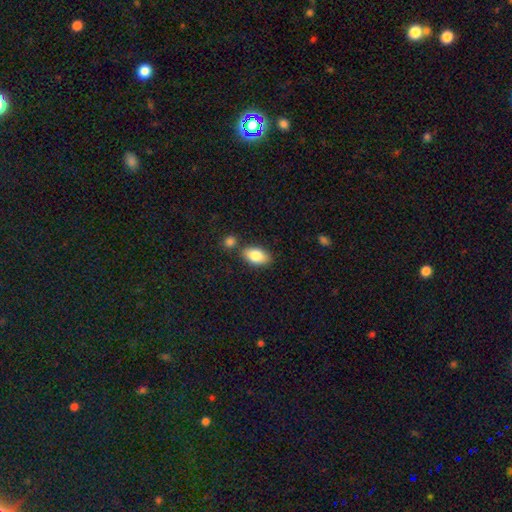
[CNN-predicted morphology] type=smooth (83%); roundness=in between (91%); merging=none (73%).